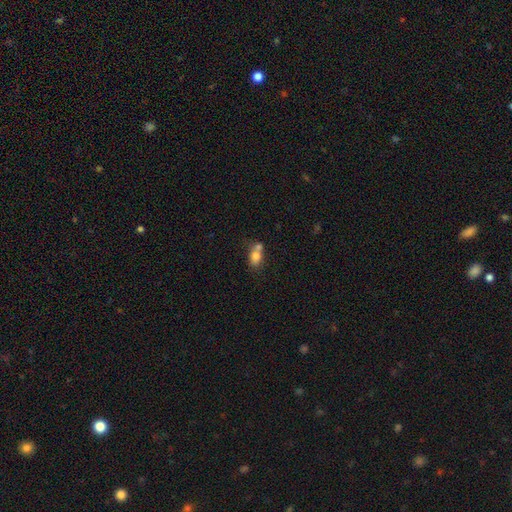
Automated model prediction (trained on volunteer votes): A smooth galaxy with no disk features (76%) that is in between round and cigar-shaped (68%). Merging: merger (54%).